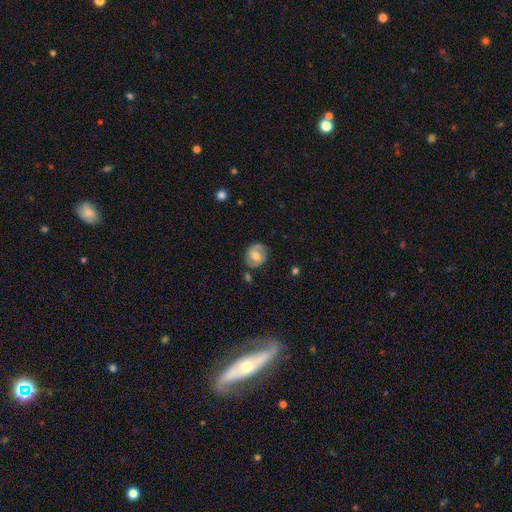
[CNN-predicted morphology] Q: Smooth or featured?
A: smooth (48%); runner-up: featured or disk (44%)
Q: Merging?
A: none (76%); runner-up: minor disturbance (16%)